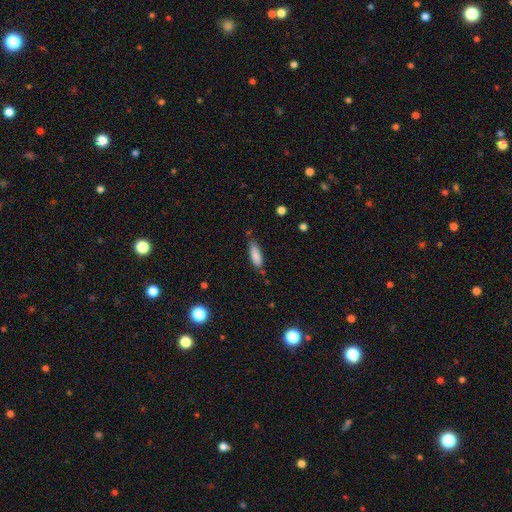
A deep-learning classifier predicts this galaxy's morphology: smooth_or_featured: smooth (p=0.85) [alt: featured or disk p=0.08]
how_rounded: in between (p=0.54) [alt: cigar-shaped p=0.45]
merging: none (p=0.73) [alt: minor disturbance p=0.20]